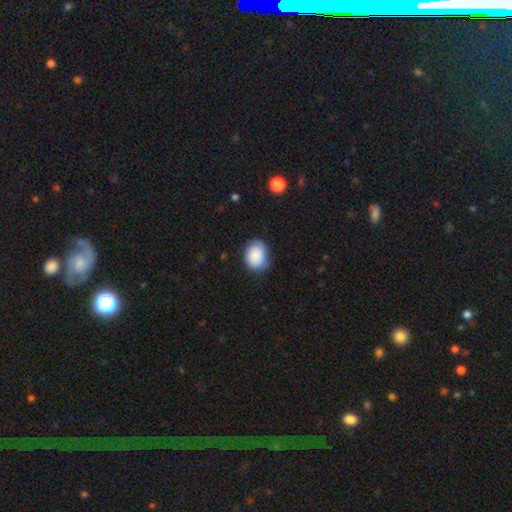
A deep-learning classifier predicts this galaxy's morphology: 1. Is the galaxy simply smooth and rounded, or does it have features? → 88% smooth, 7% star or artifact, 5% featured or disk.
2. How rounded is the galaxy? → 65% in between, 34% round, 1% cigar-shaped.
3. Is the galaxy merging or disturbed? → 79% none, 17% minor disturbance, 4% major disturbance, 1% merger.